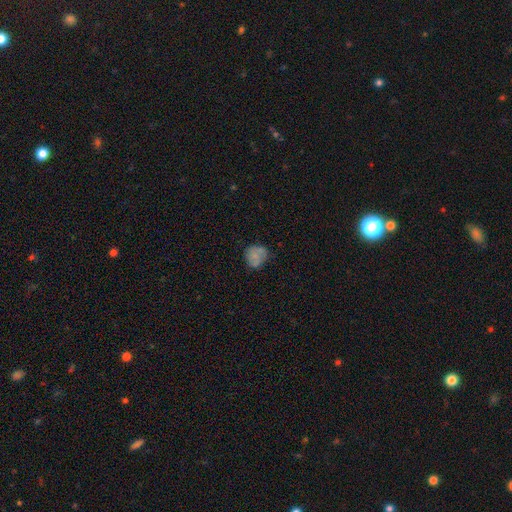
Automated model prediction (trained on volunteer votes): smooth 66%, featured or disk 22%, star or artifact 12%. Down the decision tree: how rounded — round (74%); merging — none (59%).